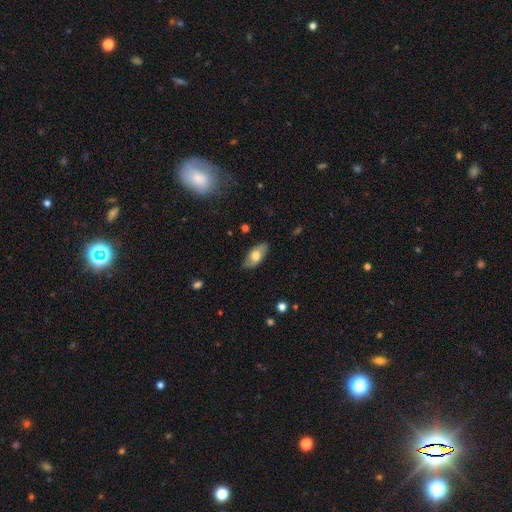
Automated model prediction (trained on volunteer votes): A smooth galaxy with no disk features (59%) that is in between round and cigar-shaped (89%).

Vote fractions:
- Smooth or featured? smooth: 59% / featured or disk: 34% / star or artifact: 6%
- How rounded? in between: 89% / cigar-shaped: 7% / round: 3%
- Merging? none: 84% / minor disturbance: 13% / major disturbance: 2% / merger: 1%